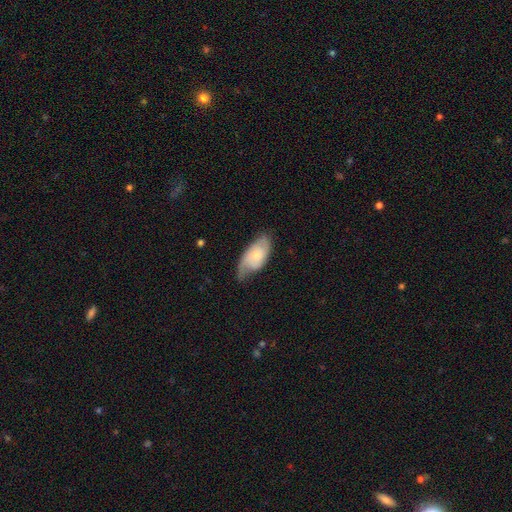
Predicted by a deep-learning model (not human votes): This appears to be a featured or disk galaxy (48%). Merging: none (48%).